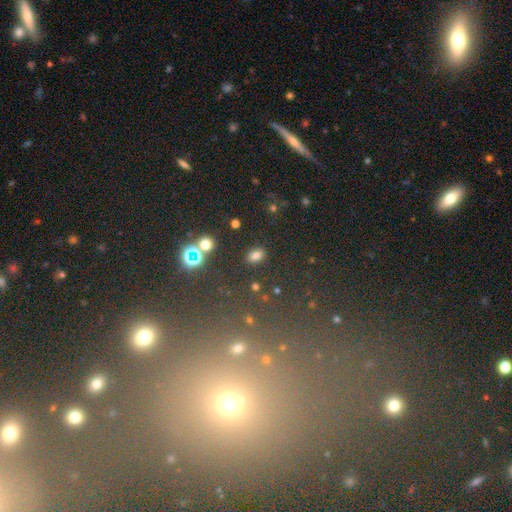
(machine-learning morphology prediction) type=smooth (74%); roundness=in between (81%); merging=none (86%).